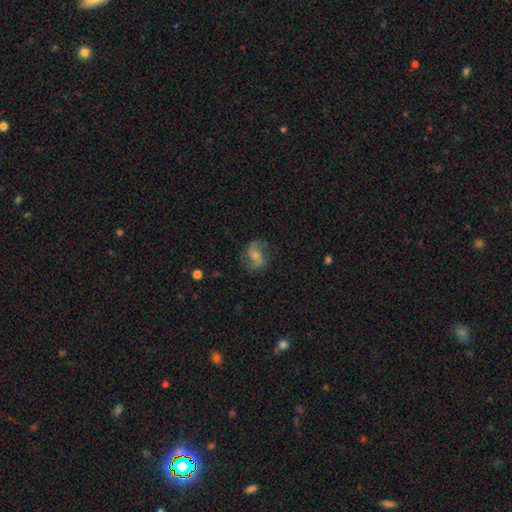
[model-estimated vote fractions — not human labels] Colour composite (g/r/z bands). It shows a featured or disk galaxy (65%) with no bar (45%), 2 (87%) loose (47%) spiral arms (89%) and a small central bulge (50%). Merging: none (69%).